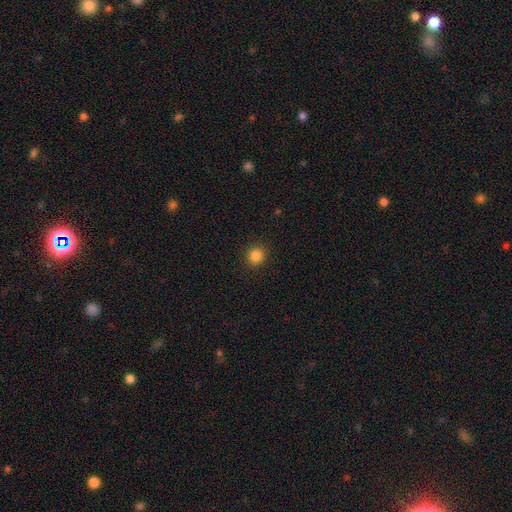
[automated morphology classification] Smooth or featured?
  - smooth: 85% *
  - star or artifact: 12%
  - featured or disk: 4%
How rounded?
  - round: 84% *
  - in between: 16%
  - cigar-shaped: 1%
Merging?
  - none: 91% *
  - minor disturbance: 6%
  - major disturbance: 2%
  - merger: 1%